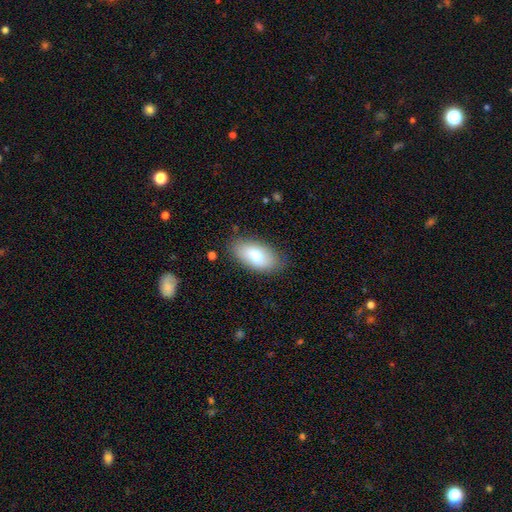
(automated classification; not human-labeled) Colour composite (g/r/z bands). It shows a smooth galaxy with no disk features (72%) that is in between round and cigar-shaped (93%). Merging: none (82%).